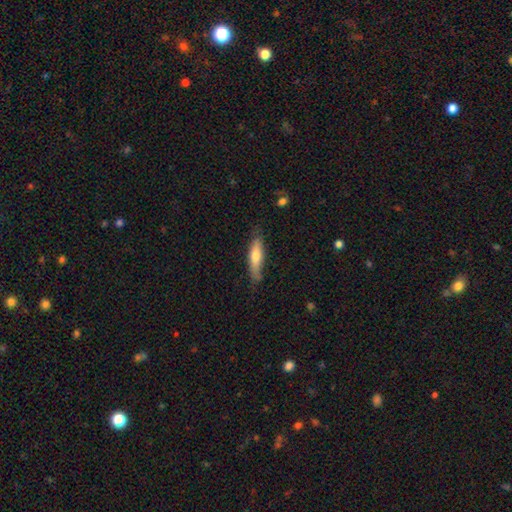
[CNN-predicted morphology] smooth_or_featured: smooth (p=0.63) [alt: featured or disk p=0.31]
how_rounded: cigar-shaped (p=0.67) [alt: in between p=0.31]
merging: none (p=0.70) [alt: minor disturbance p=0.24]